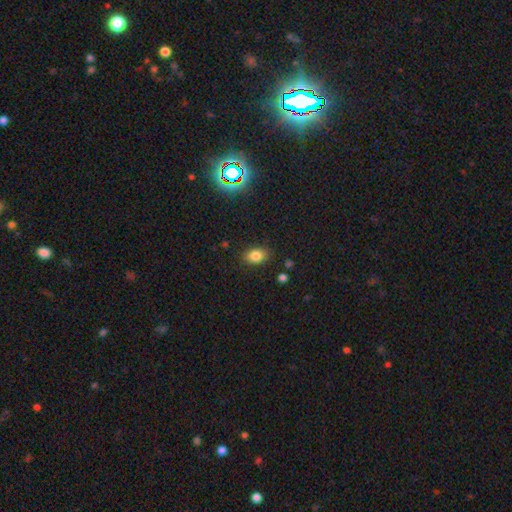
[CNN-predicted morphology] This appears to be a smooth galaxy with no disk features (81%) that is in between round and cigar-shaped (78%). Merging: none (83%).